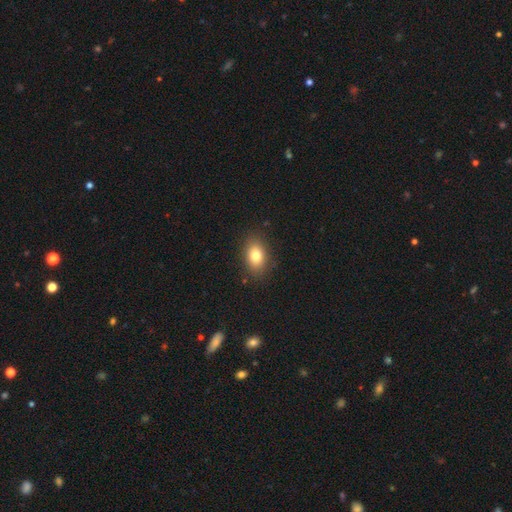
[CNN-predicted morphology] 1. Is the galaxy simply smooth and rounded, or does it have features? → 80% smooth, 10% featured or disk, 10% star or artifact.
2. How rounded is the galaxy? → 79% in between, 19% round, 2% cigar-shaped.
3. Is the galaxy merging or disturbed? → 86% none, 10% minor disturbance, 3% major disturbance, 1% merger.